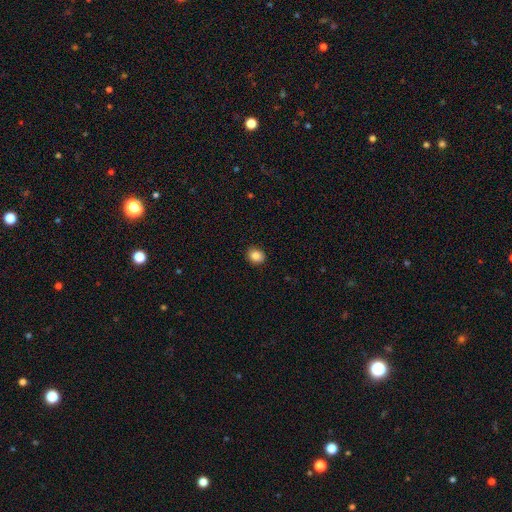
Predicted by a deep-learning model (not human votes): Morphology: type=smooth (86%); roundness=round (68%); merging=none (90%).